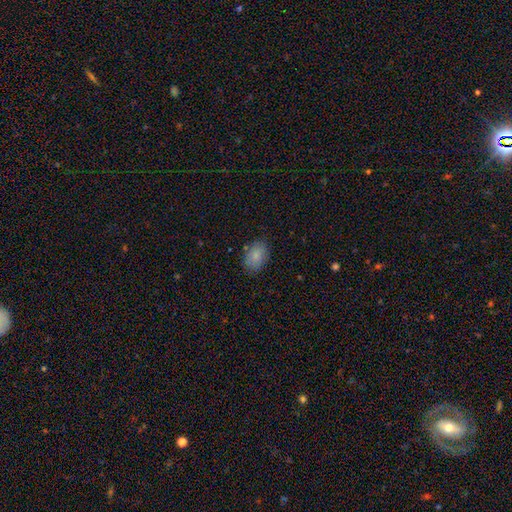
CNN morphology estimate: A smooth galaxy with no disk features (86%) that is in between round and cigar-shaped (81%).

Vote fractions:
- Smooth or featured? smooth: 86% / star or artifact: 8% / featured or disk: 7%
- How rounded? in between: 81% / round: 18% / cigar-shaped: 1%
- Merging? none: 82% / minor disturbance: 14% / major disturbance: 3% / merger: 2%